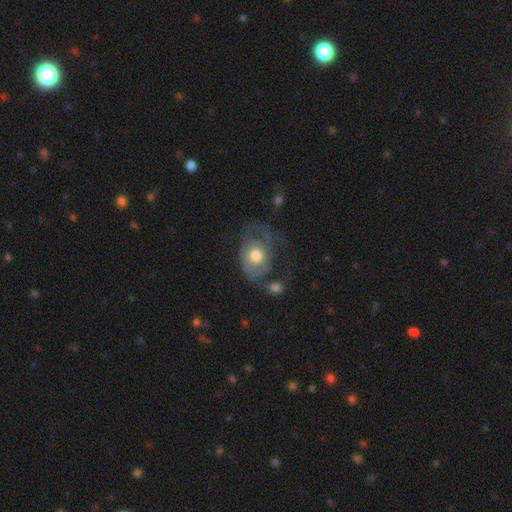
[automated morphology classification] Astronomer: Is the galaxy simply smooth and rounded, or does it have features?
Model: featured or disk — 54% (runner-up: smooth, 39%).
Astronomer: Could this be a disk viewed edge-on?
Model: no — 96%.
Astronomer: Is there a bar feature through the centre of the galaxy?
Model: no — 85%.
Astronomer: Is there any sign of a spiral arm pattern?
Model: yes — 64%.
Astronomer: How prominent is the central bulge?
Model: moderate — 71%.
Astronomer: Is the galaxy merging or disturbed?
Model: major disturbance — 37% (runner-up: none, 30%).